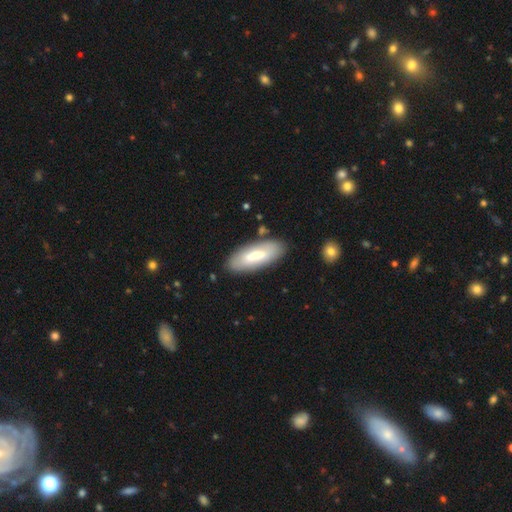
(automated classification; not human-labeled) Smooth or featured: smooth — 62% (featured or disk — 32%)
How rounded: in between — 71% (cigar-shaped — 28%)
Merging: none — 81% (minor disturbance — 12%)